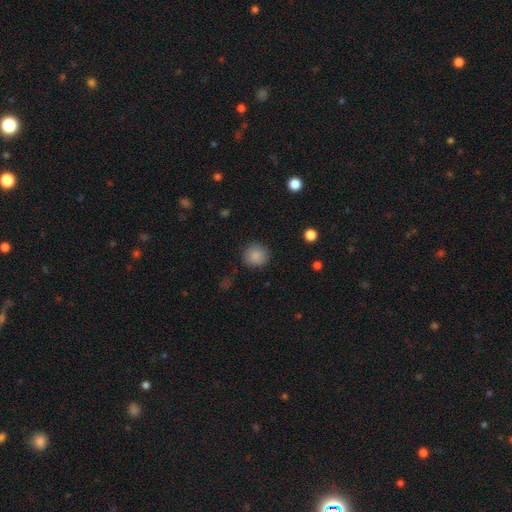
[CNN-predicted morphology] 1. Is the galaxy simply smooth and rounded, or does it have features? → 86% smooth, 9% star or artifact, 5% featured or disk.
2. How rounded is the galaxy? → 90% round, 9% in between, 1% cigar-shaped.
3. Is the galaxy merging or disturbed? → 87% none, 9% minor disturbance, 3% major disturbance, 1% merger.